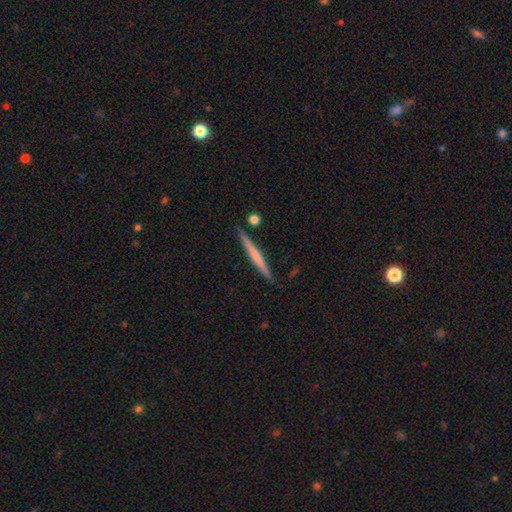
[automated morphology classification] smooth-or-featured: featured or disk: 49% | smooth: 46% | star or artifact: 5%
  merging: none: 88% | minor disturbance: 8% | merger: 3% | major disturbance: 2%